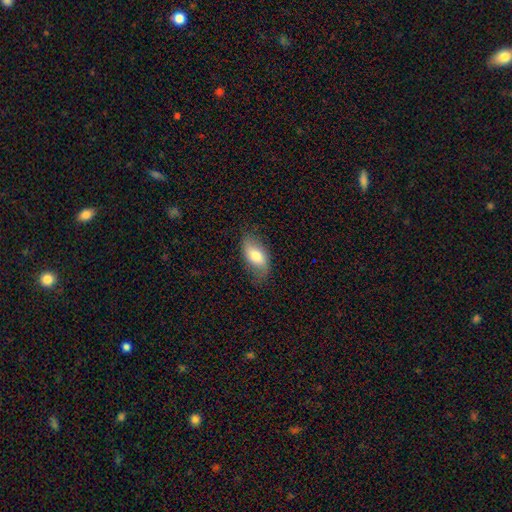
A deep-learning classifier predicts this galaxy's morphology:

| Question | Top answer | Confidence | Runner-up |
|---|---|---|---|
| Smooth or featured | smooth | 65% | featured or disk (28%) |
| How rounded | in between | 91% | cigar-shaped (5%) |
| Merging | none | 71% | minor disturbance (22%) |